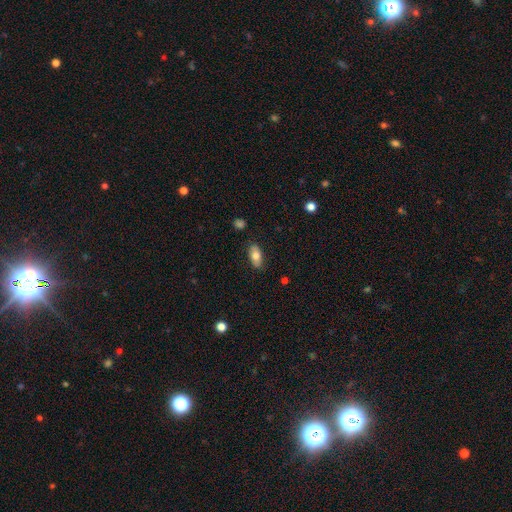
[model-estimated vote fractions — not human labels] A smooth galaxy with no disk features (74%) that is in between round and cigar-shaped (88%). Merging: none (85%).